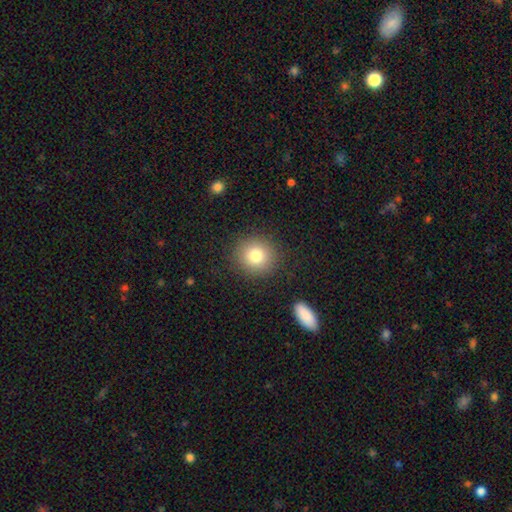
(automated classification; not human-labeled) A smooth galaxy with no disk features (80%) that is round (91%). Merging: none (89%).